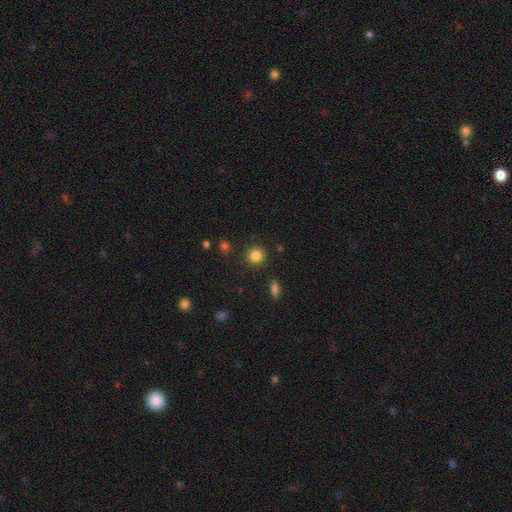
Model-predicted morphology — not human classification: This appears to be a smooth galaxy with no disk features (84%) that is round (92%). Merging: none (89%).